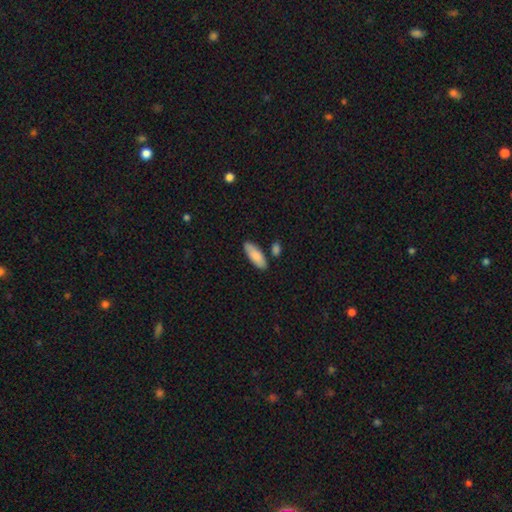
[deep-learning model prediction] Q: Smooth or featured?
A: smooth (85%); runner-up: featured or disk (9%)
Q: How rounded?
A: in between (70%); runner-up: cigar-shaped (28%)
Q: Merging?
A: none (79%); runner-up: minor disturbance (12%)